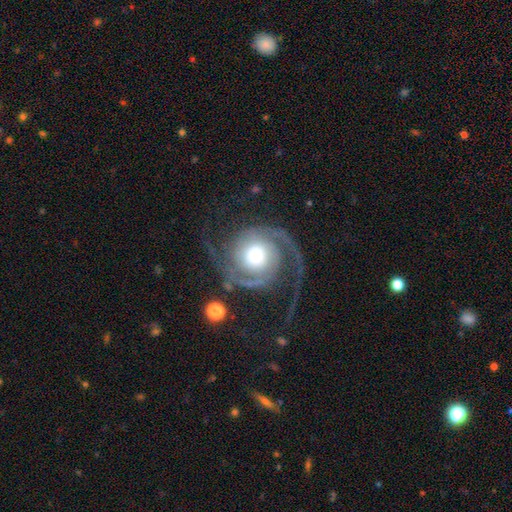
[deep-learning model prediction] Smooth or featured? featured or disk (90%)
Edge-on disk? no (98%)
Bar? no (73%)
Spiral arms? yes (98%)
Spiral winding? medium (48%)
Spiral arm count? 2 (86%)
Bulge size? moderate (49%)
Merging? none (67%)